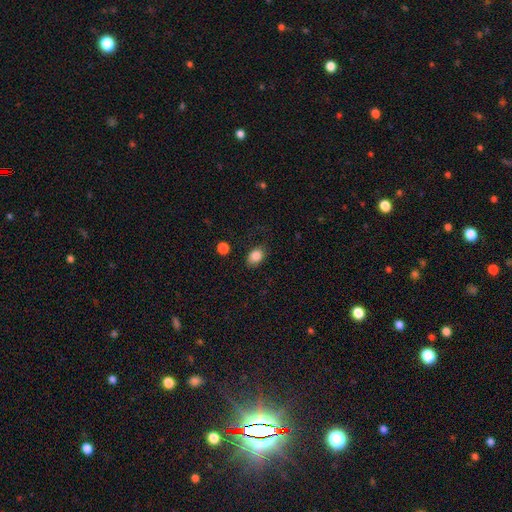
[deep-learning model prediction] Overall: smooth (85%). How rounded: in between (77%). Merging: none (78%).